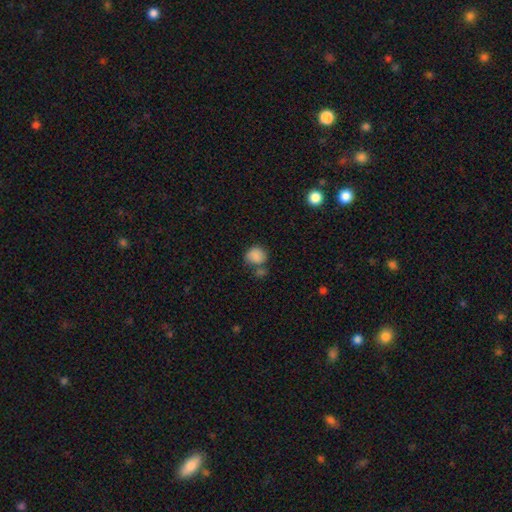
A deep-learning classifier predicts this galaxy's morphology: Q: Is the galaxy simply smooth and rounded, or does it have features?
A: smooth — 85%.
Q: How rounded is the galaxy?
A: round — 71%.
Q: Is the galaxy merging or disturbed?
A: none — 53%.